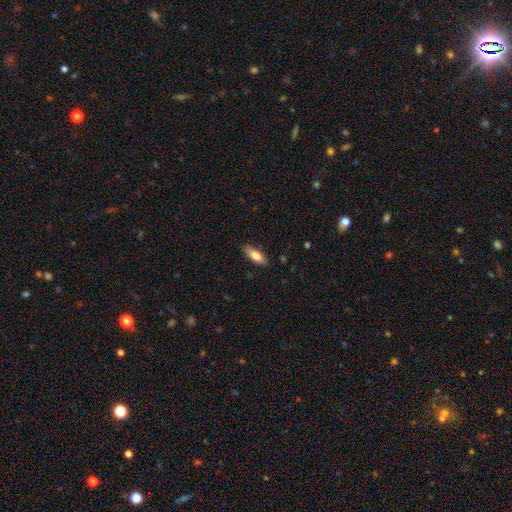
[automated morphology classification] Smooth or featured? Predicted: smooth (p=0.76). How rounded? Predicted: in between (p=0.65). Merging? Predicted: none (p=0.85).